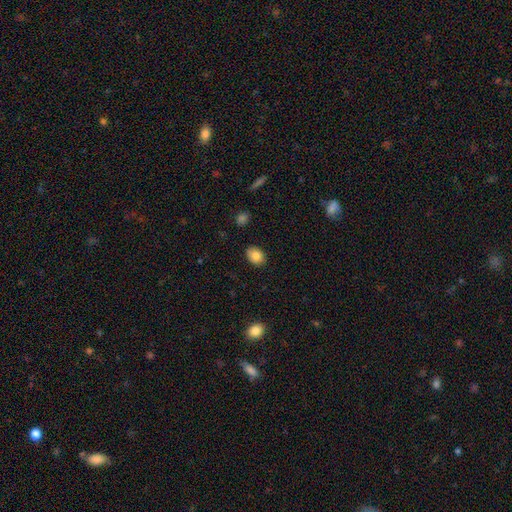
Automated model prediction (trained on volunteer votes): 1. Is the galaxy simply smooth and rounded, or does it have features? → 85% smooth, 8% star or artifact, 7% featured or disk.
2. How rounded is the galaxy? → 66% in between, 33% round, 1% cigar-shaped.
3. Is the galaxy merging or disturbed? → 87% none, 10% minor disturbance, 2% major disturbance, 1% merger.